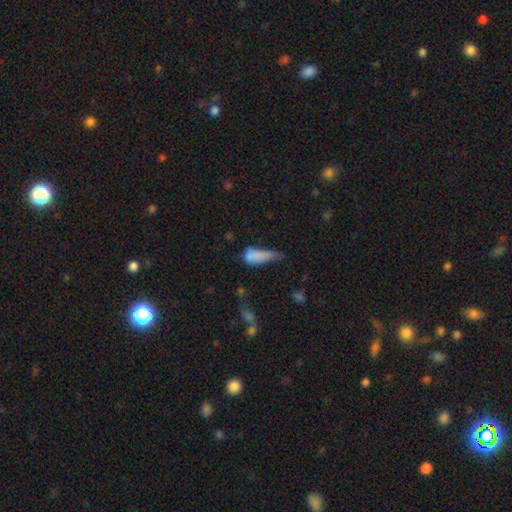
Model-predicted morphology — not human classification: smooth-or-featured: smooth: 73% | featured or disk: 16% | star or artifact: 11%
  how-rounded: in between: 65% | cigar-shaped: 29% | round: 6%
  merging: major disturbance: 39% | minor disturbance: 32% | none: 19% | merger: 11%